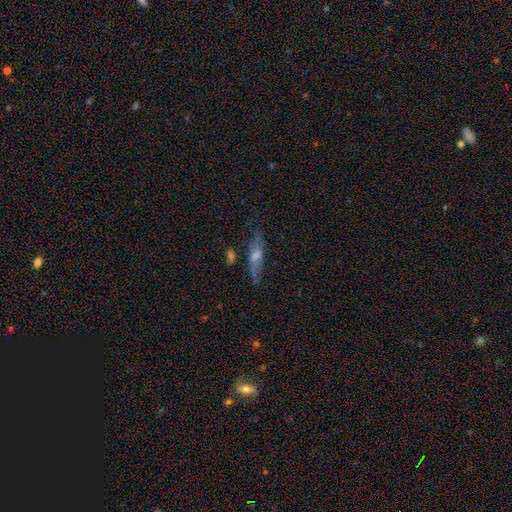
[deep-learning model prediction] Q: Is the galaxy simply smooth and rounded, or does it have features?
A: featured or disk — 50%.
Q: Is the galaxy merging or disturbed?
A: none — 72%.